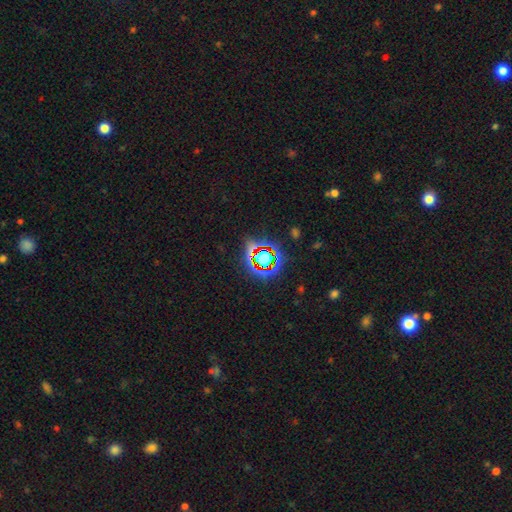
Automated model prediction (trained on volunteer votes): Morphology: type=star or artifact (68%).